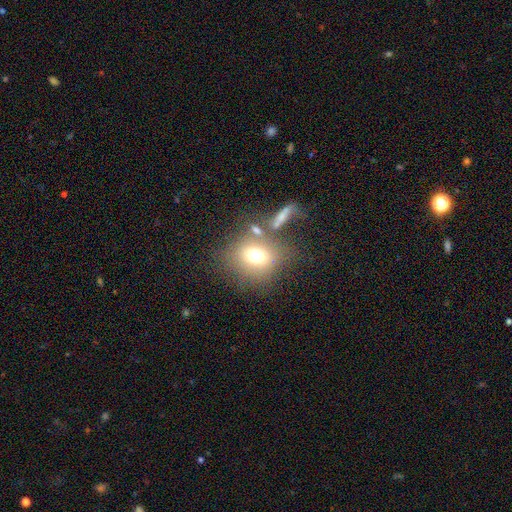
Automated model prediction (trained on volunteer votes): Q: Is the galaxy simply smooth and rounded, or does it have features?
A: smooth — 70%.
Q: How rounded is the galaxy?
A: round — 65%.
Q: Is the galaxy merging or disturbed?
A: none — 58%.